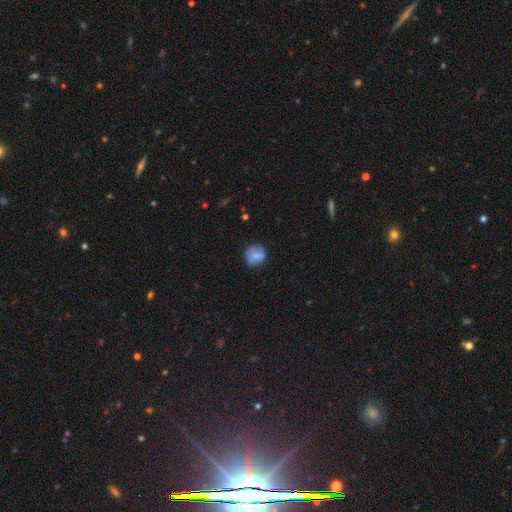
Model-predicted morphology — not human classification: A smooth galaxy with no disk features (64%) that is round (83%).

Vote fractions:
- Smooth or featured? smooth: 64% / featured or disk: 27% / star or artifact: 8%
- How rounded? round: 83% / in between: 16% / cigar-shaped: 1%
- Merging? none: 68% / minor disturbance: 21% / major disturbance: 6% / merger: 5%